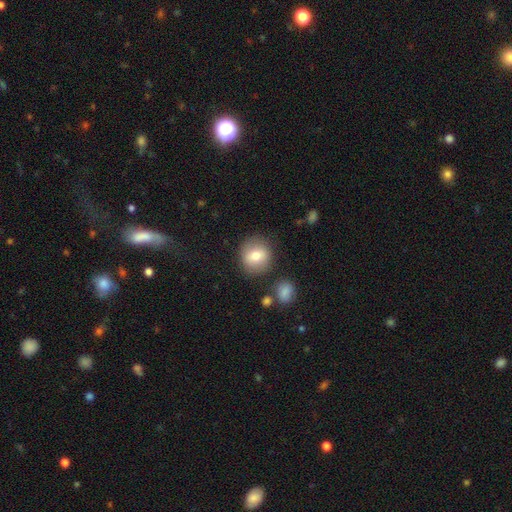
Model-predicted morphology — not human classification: This is likely a smooth galaxy (74%). How rounded: clearly round (86%). Merging: clearly none (82%).